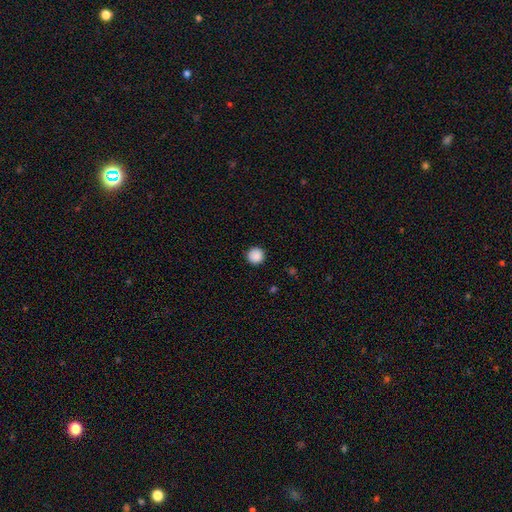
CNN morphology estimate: A smooth galaxy with no disk features (89%) that is round (96%). Merging: none (92%).